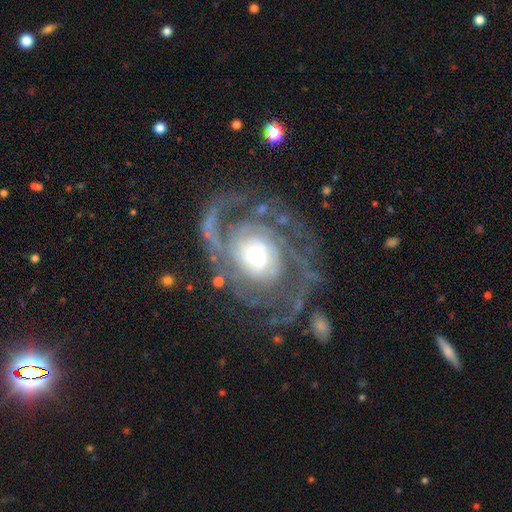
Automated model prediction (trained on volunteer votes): Overall: featured or disk (89%). Edge-on disk: no (97%). Bar: no (72%). Spiral arms: yes (95%). Spiral arm count: 2 (52%; can't tell 16%). Spiral winding: tight (56%; medium 34%). Bulge size: moderate (45%; small 28%). Merging: none (70%).